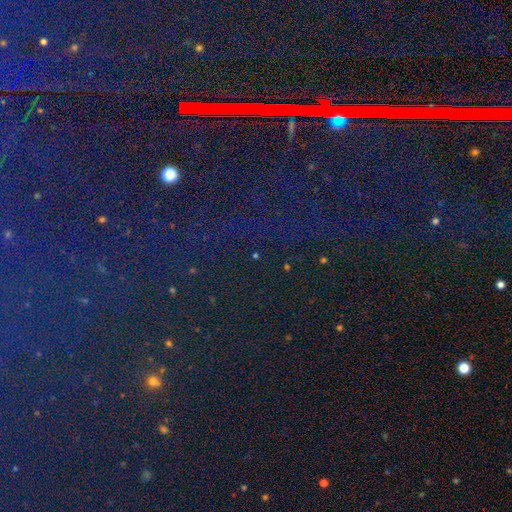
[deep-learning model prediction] Smooth or featured: star or artifact — 77% (smooth — 15%)